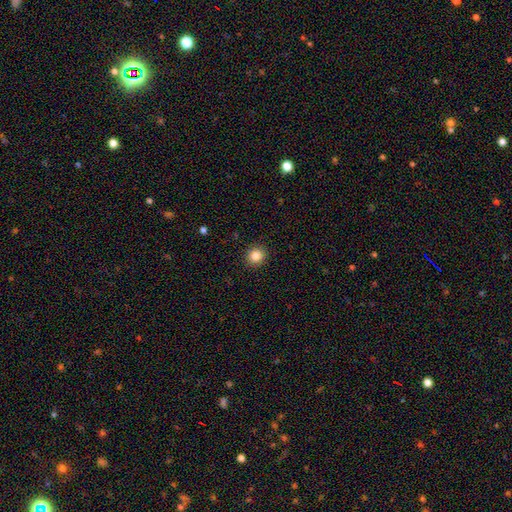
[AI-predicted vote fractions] Smooth or featured?
  - smooth: 84% *
  - star or artifact: 11%
  - featured or disk: 5%
How rounded?
  - round: 89% *
  - in between: 11%
  - cigar-shaped: 1%
Merging?
  - none: 92% *
  - minor disturbance: 5%
  - major disturbance: 2%
  - merger: 1%